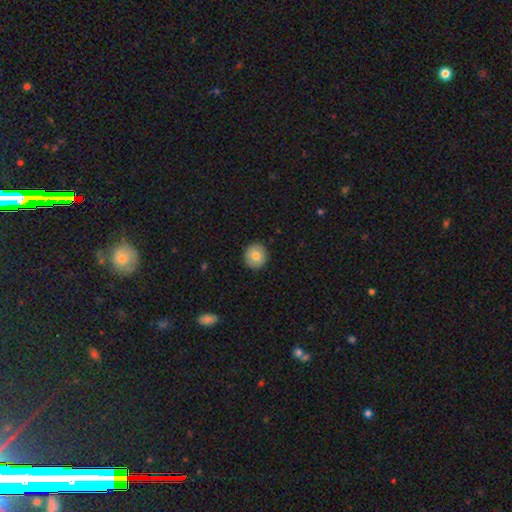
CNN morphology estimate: smooth 78%, featured or disk 13%, star or artifact 8%. Down the decision tree: how rounded — round (92%); merging — none (92%).